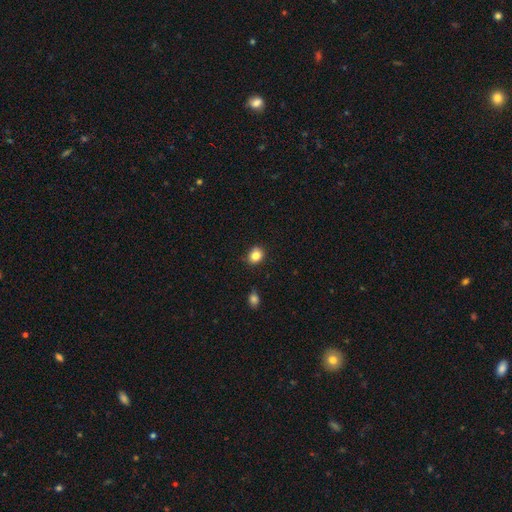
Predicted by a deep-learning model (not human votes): smooth 84%, star or artifact 10%, featured or disk 6%. Down the decision tree: how rounded — round (61%); merging — none (80%).